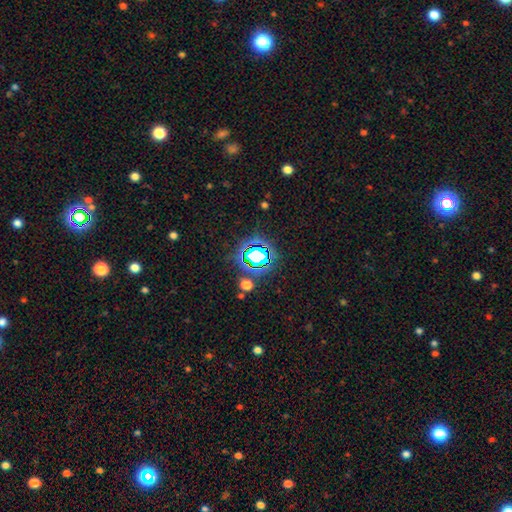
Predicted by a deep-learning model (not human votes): Q: Smooth or featured?
A: star or artifact (64%); runner-up: smooth (24%)